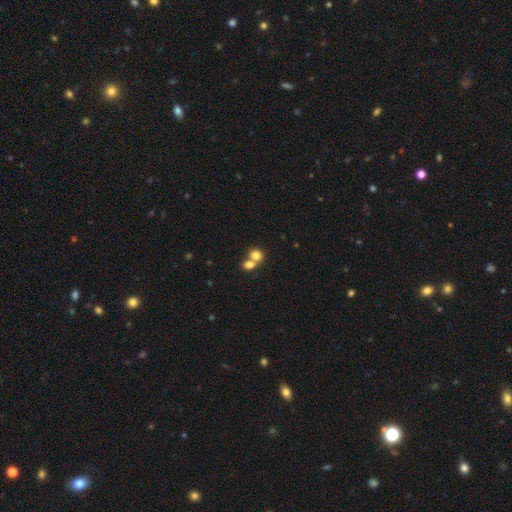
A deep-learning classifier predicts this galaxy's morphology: smooth-or-featured: smooth: 79% | featured or disk: 11% | star or artifact: 10%
  how-rounded: round: 60% | in between: 39% | cigar-shaped: 1%
  merging: merger: 61% | none: 31% | minor disturbance: 5% | major disturbance: 3%